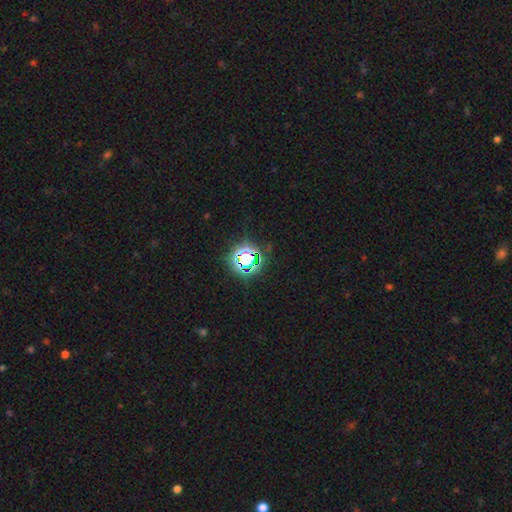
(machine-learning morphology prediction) Q: Smooth or featured?
A: star or artifact (77%); runner-up: smooth (15%)